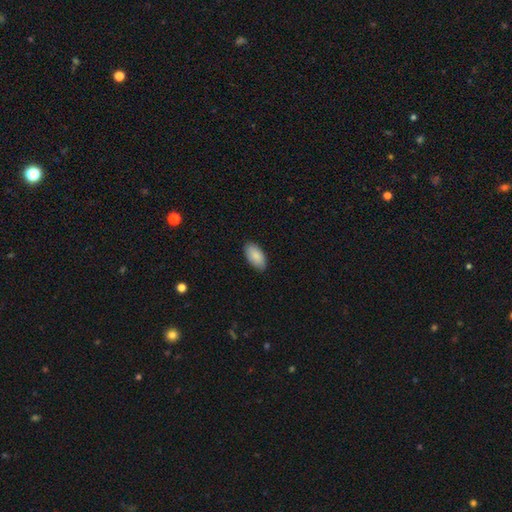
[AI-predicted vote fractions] The model was most divided on "merging": none: 88%, minor disturbance: 9%, major disturbance: 2%, merger: 1%. More confident: how rounded — in between (95%); smooth or featured — smooth (89%).